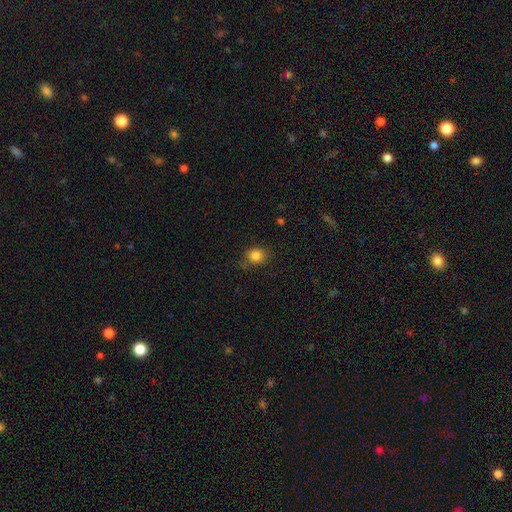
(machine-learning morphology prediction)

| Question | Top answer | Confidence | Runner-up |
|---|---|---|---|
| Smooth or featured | smooth | 83% | star or artifact (11%) |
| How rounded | round | 65% | in between (34%) |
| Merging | none | 76% | minor disturbance (18%) |